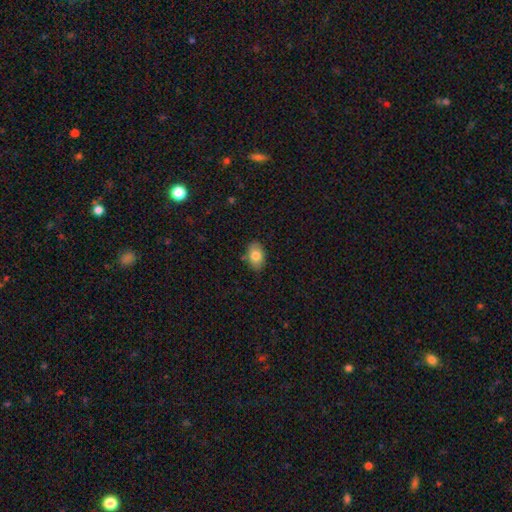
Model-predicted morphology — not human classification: This appears to be a smooth galaxy with no disk features (80%) that is in between round and cigar-shaped (87%). Merging: none (82%).